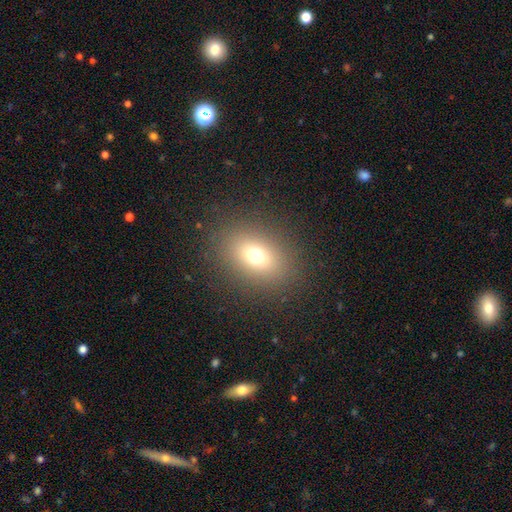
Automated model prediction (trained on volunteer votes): smooth 69%, star or artifact 17%, featured or disk 13%. Down the decision tree: how rounded — in between (63%); merging — none (86%).